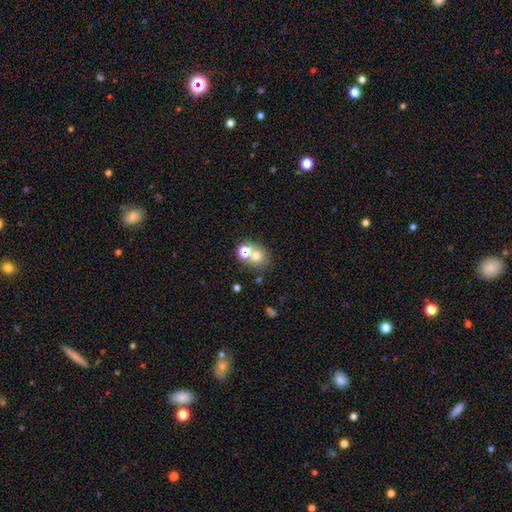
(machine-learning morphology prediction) A smooth galaxy with no disk features (66%) that is round (73%).

Vote fractions:
- Smooth or featured? smooth: 66% / star or artifact: 18% / featured or disk: 16%
- How rounded? round: 73% / in between: 26% / cigar-shaped: 1%
- Merging? none: 53% / merger: 34% / minor disturbance: 8% / major disturbance: 4%